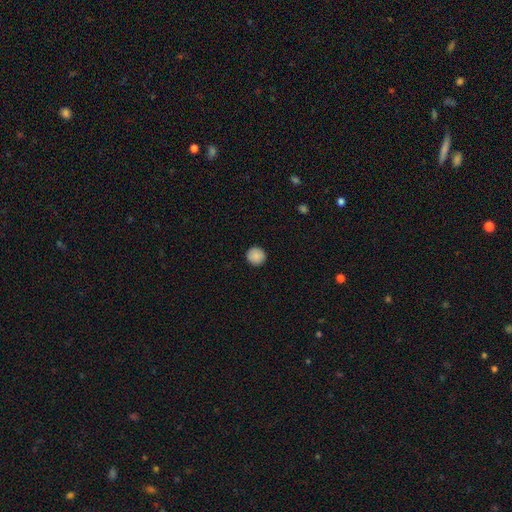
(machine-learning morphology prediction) type=smooth (89%); roundness=round (95%); merging=none (92%).